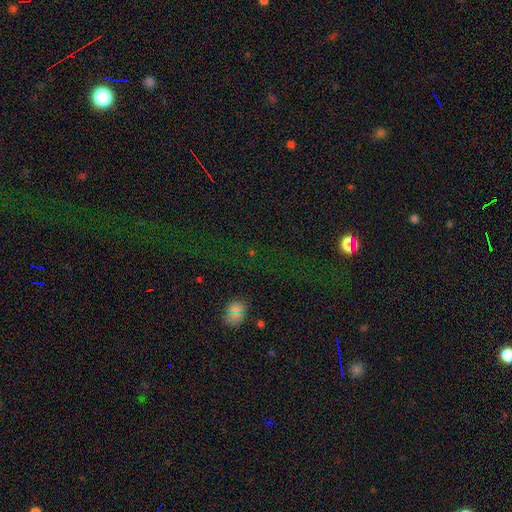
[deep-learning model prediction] Smooth or featured: star or artifact — 64% (smooth — 25%)